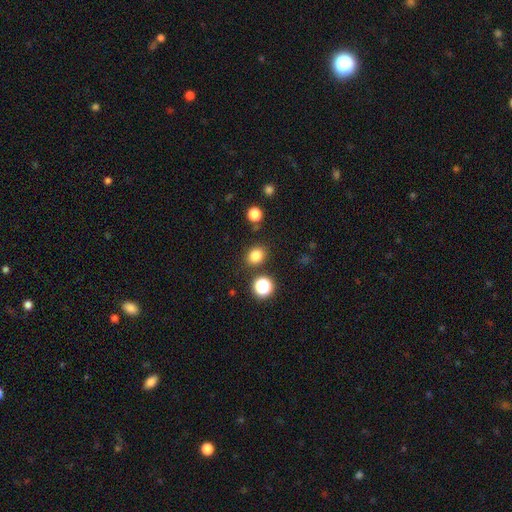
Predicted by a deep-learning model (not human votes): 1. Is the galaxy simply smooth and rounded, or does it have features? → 82% smooth, 14% star or artifact, 5% featured or disk.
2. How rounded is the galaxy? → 64% round, 36% in between, 1% cigar-shaped.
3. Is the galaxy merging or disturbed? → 84% none, 9% minor disturbance, 5% merger, 3% major disturbance.